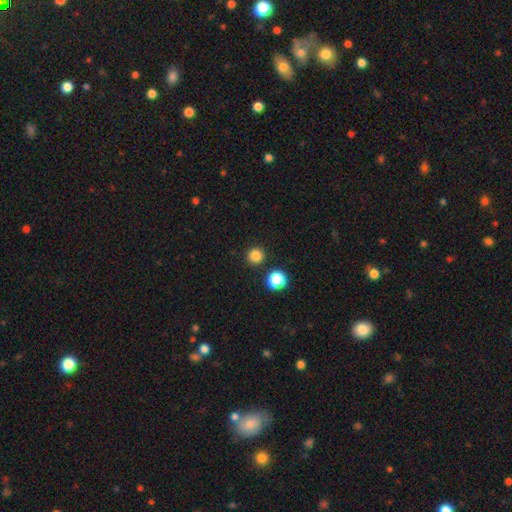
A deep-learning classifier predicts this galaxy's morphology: This is clearly a smooth galaxy (83%). How rounded: clearly round (95%). Merging: clearly none (90%).